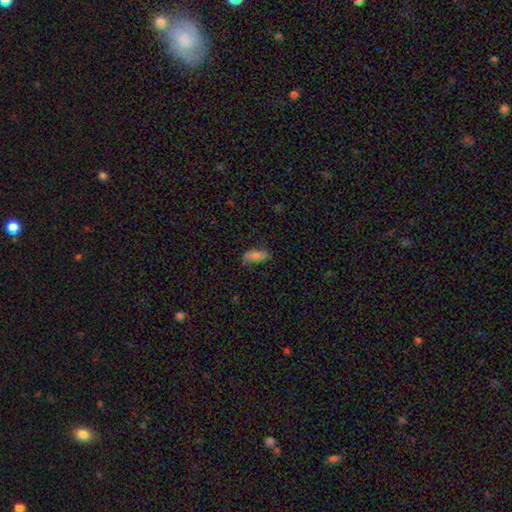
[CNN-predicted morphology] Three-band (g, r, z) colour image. It shows a smooth galaxy with no disk features (71%) that is in between round and cigar-shaped (81%). Merging: none (74%).